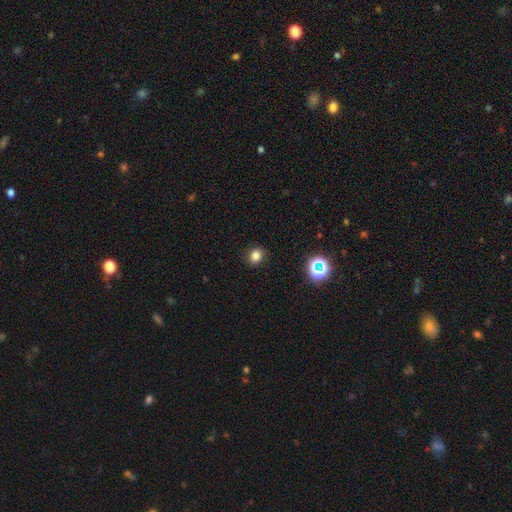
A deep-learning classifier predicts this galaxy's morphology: Overall: smooth (80%). How rounded: round (66%; in between 33%). Merging: none (89%).